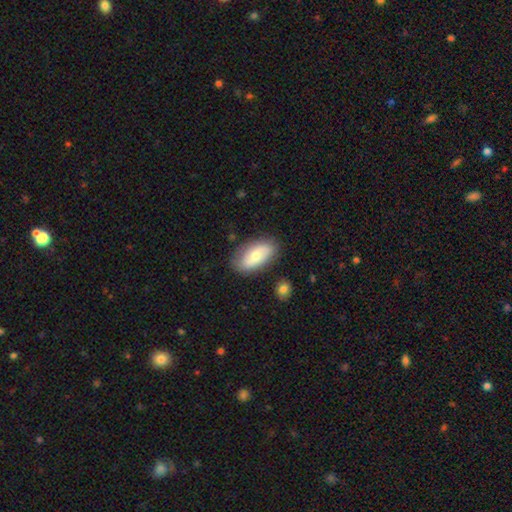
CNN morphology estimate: Smooth or featured?
  - smooth: 61% *
  - featured or disk: 33%
  - star or artifact: 6%
How rounded?
  - in between: 92% *
  - cigar-shaped: 5%
  - round: 4%
Merging?
  - none: 78% *
  - minor disturbance: 15%
  - major disturbance: 4%
  - merger: 3%